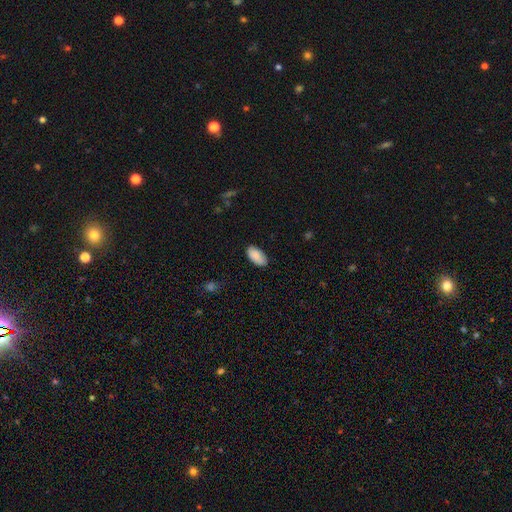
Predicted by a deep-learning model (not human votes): The model was most divided on "merging": none: 84%, minor disturbance: 12%, major disturbance: 2%, merger: 1%. More confident: how rounded — in between (95%); smooth or featured — smooth (89%).